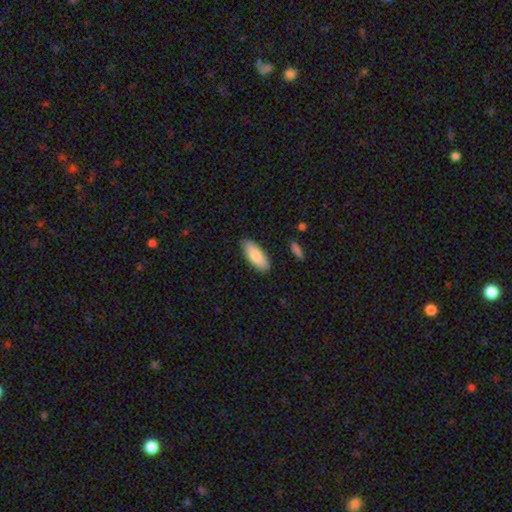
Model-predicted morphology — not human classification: This appears to be a smooth galaxy with no disk features (83%) that is in between round and cigar-shaped (79%). Merging: none (86%).